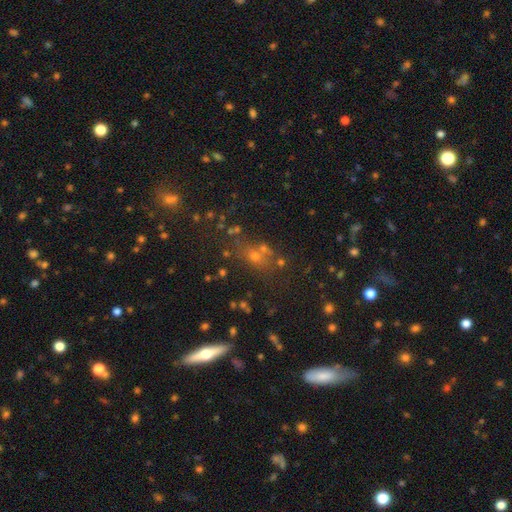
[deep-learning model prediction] smooth-or-featured: smooth: 46% | star or artifact: 34% | featured or disk: 20%
  merging: none: 64% | merger: 19% | minor disturbance: 12% | major disturbance: 6%